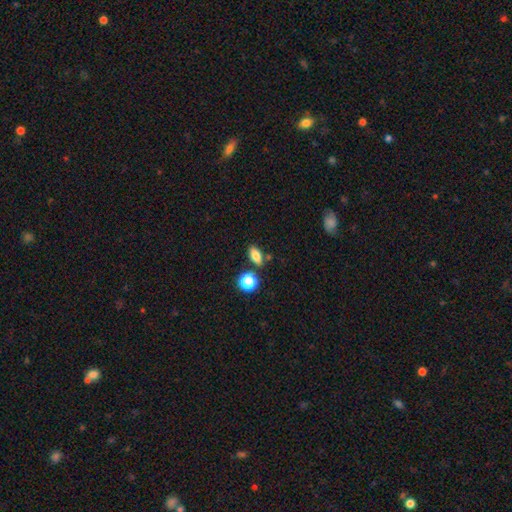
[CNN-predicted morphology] Smooth or featured?
  - smooth: 78% *
  - star or artifact: 12%
  - featured or disk: 10%
How rounded?
  - in between: 77% *
  - round: 12%
  - cigar-shaped: 11%
Merging?
  - none: 79% *
  - minor disturbance: 11%
  - merger: 8%
  - major disturbance: 3%